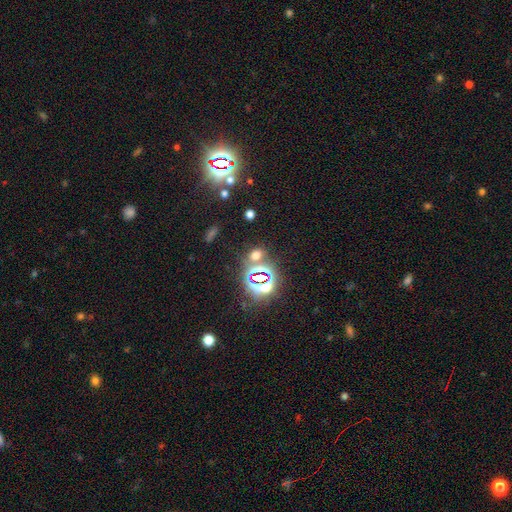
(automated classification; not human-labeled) smooth_or_featured: star or artifact (p=0.47) [alt: smooth p=0.45]